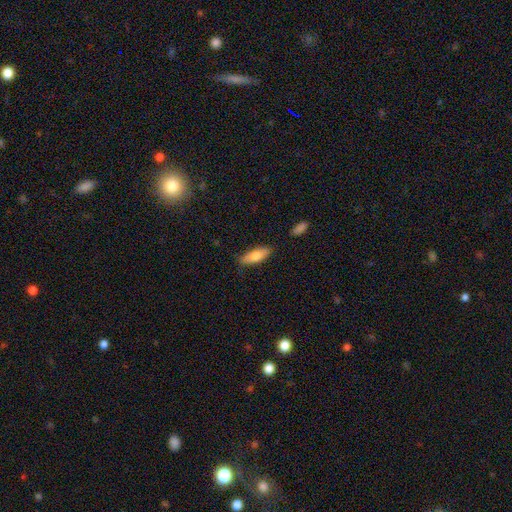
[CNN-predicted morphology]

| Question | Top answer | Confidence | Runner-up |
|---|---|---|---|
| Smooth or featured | smooth | 77% | featured or disk (17%) |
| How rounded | in between | 66% | cigar-shaped (32%) |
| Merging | none | 82% | minor disturbance (13%) |